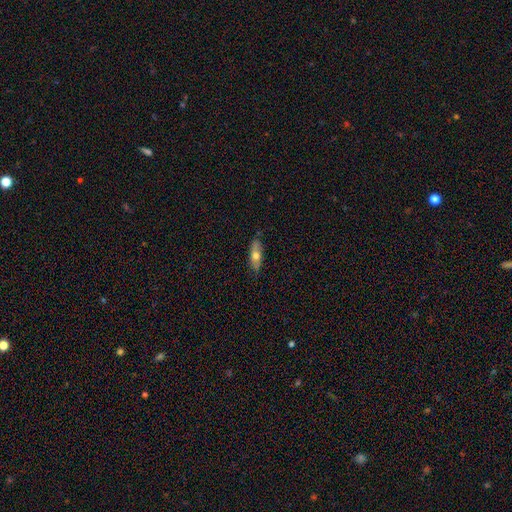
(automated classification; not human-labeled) Smooth or featured? smooth (60%)
How rounded? in between (57%)
Merging? none (81%)